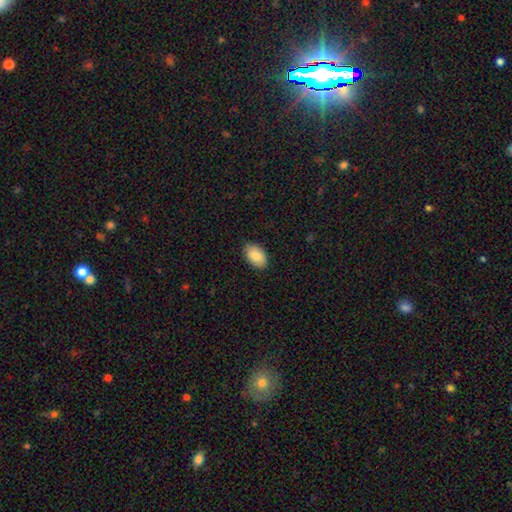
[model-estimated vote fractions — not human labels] Overall: smooth (85%). How rounded: in between (93%). Merging: none (87%).